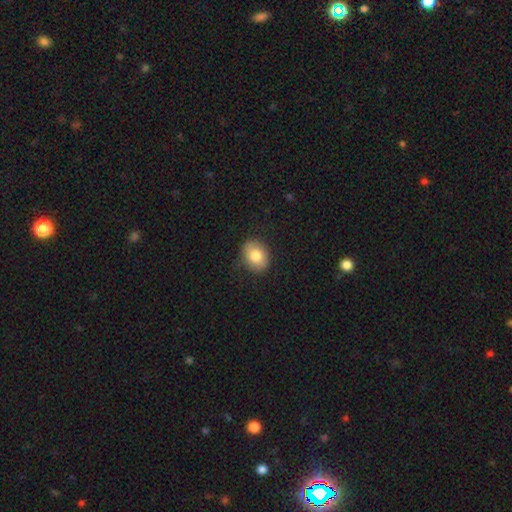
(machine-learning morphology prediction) This appears to be a smooth galaxy with no disk features (80%) that is round (53%). Merging: none (82%).